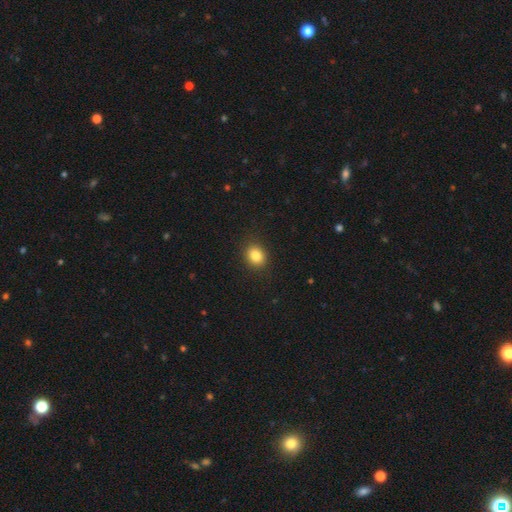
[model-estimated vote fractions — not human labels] Smooth or featured: smooth — 84% (star or artifact — 10%)
How rounded: round — 55% (in between — 44%)
Merging: none — 89% (minor disturbance — 7%)